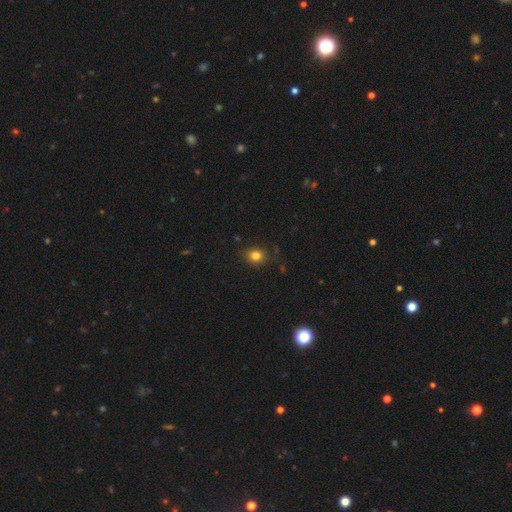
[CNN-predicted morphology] This appears to be a smooth galaxy with no disk features (82%) that is round (62%). Merging: none (84%).